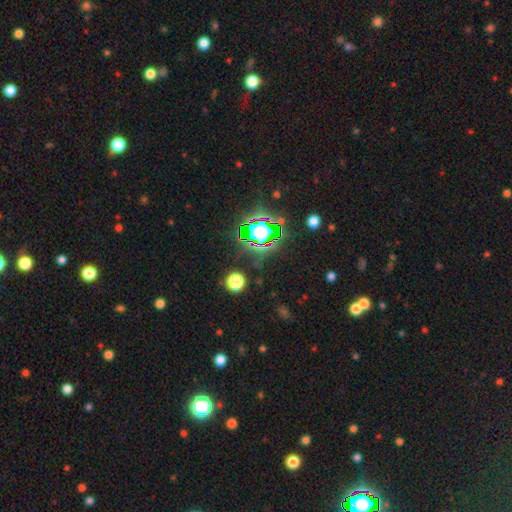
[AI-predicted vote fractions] smooth_or_featured: star or artifact (p=0.82) [alt: smooth p=0.11]